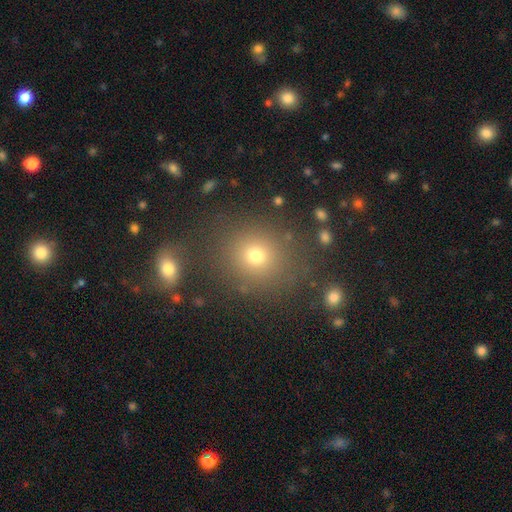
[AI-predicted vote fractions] This appears to be a smooth galaxy with no disk features (72%) that is round (82%). Merging: none (81%).